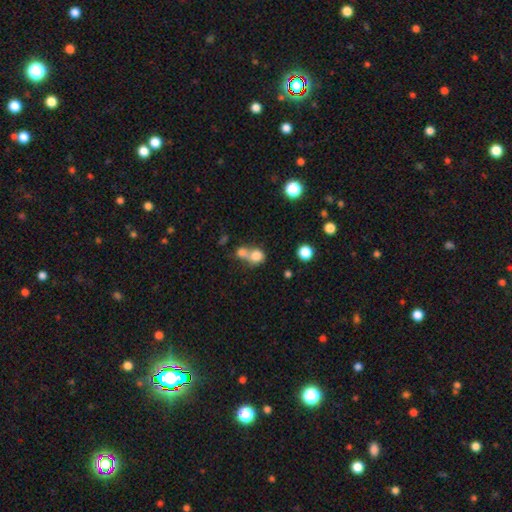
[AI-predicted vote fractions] Smooth or featured: smooth — 77% (star or artifact — 12%)
How rounded: round — 77% (in between — 22%)
Merging: merger — 60% (none — 29%)